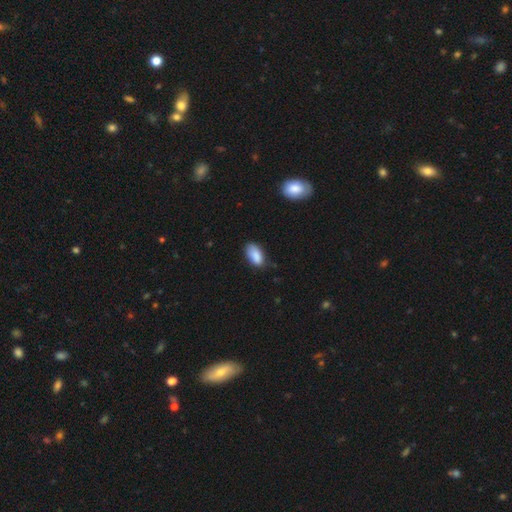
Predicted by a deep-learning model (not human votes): A smooth galaxy with no disk features (87%) that is in between round and cigar-shaped (93%).

Vote fractions:
- Smooth or featured? smooth: 87% / star or artifact: 7% / featured or disk: 6%
- How rounded? in between: 93% / round: 3% / cigar-shaped: 3%
- Merging? none: 64% / minor disturbance: 29% / major disturbance: 5% / merger: 2%